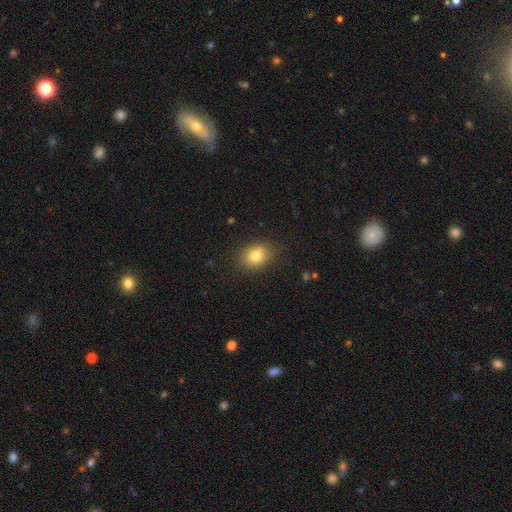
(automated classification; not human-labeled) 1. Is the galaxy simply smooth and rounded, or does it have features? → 80% smooth, 10% star or artifact, 9% featured or disk.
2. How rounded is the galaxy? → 60% in between, 39% round, 1% cigar-shaped.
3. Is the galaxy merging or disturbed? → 81% none, 13% minor disturbance, 3% major disturbance, 2% merger.